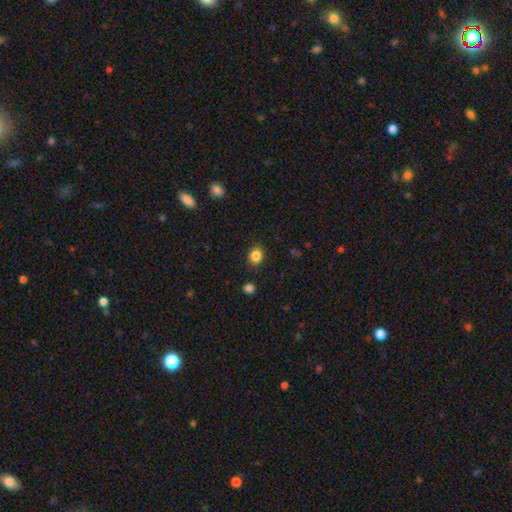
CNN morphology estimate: type=smooth (85%); roundness=round (62%); merging=none (88%).